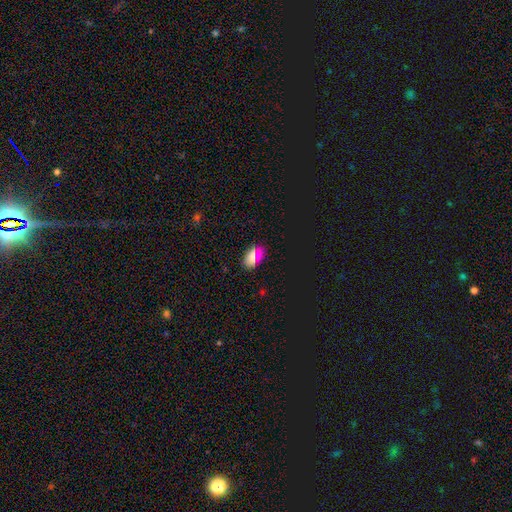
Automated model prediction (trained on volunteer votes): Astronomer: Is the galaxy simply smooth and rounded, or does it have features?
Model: smooth — 68%.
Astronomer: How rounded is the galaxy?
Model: in between — 88%.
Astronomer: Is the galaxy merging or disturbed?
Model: none — 85%.